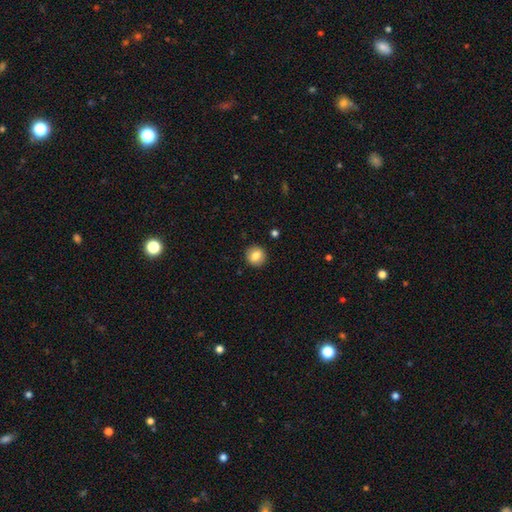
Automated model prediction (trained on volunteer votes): Smooth or featured? smooth (83%)
How rounded? round (92%)
Merging? none (92%)